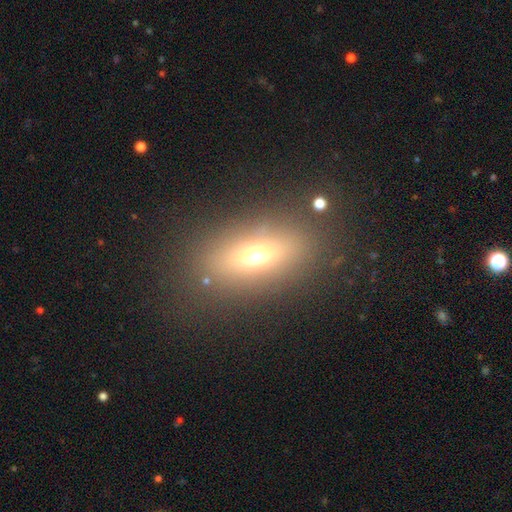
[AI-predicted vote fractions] The model was most divided on "smooth or featured": smooth: 61%, featured or disk: 23%, star or artifact: 16%. More confident: merging — none (82%); how rounded — in between (71%).